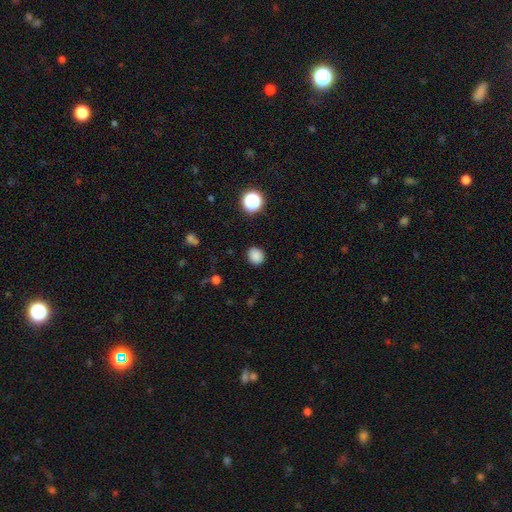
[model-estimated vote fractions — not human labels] A smooth galaxy with no disk features (84%) that is round (69%).

Vote fractions:
- Smooth or featured? smooth: 84% / star or artifact: 12% / featured or disk: 4%
- How rounded? round: 69% / in between: 30% / cigar-shaped: 1%
- Merging? none: 88% / minor disturbance: 9% / major disturbance: 3% / merger: 1%